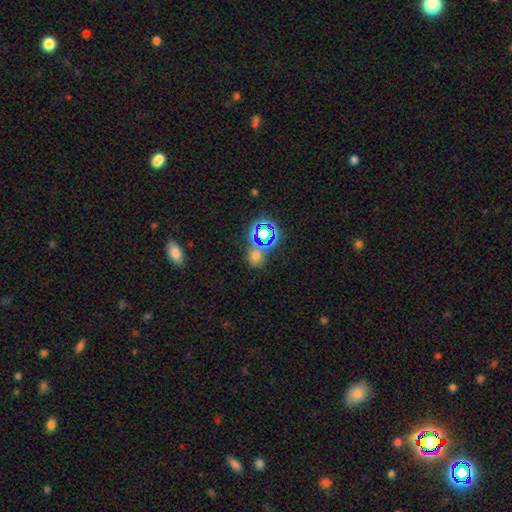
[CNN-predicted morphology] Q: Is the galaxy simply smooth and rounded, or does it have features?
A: smooth — 52%.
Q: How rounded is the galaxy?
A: round — 62%.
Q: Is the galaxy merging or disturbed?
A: none — 58%.